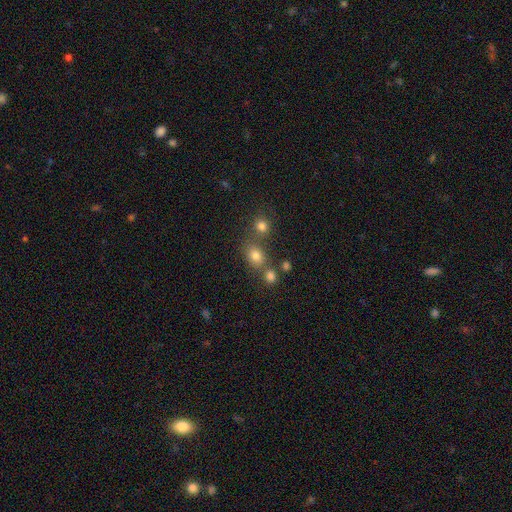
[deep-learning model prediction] smooth_or_featured: smooth (p=0.76) [alt: star or artifact p=0.15]
how_rounded: round (p=0.55) [alt: in between p=0.43]
merging: none (p=0.59) [alt: merger p=0.26]